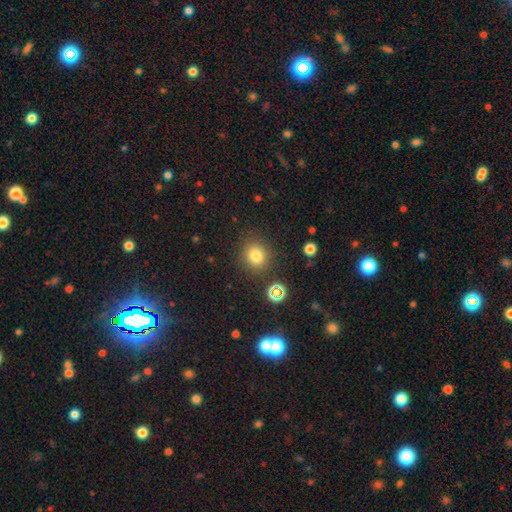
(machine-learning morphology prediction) A smooth galaxy with no disk features (78%) that is round (82%).

Vote fractions:
- Smooth or featured? smooth: 78% / star or artifact: 16% / featured or disk: 6%
- How rounded? round: 82% / in between: 17% / cigar-shaped: 1%
- Merging? none: 84% / minor disturbance: 9% / major disturbance: 4% / merger: 3%